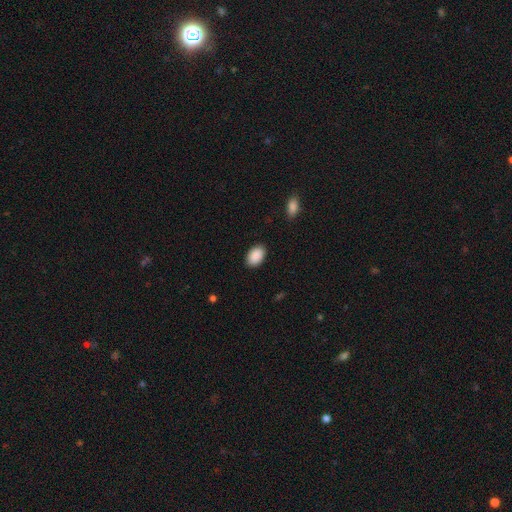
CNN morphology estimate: smooth-or-featured: smooth: 91% | star or artifact: 7% | featured or disk: 3%
  how-rounded: in between: 89% | round: 9% | cigar-shaped: 1%
  merging: none: 89% | minor disturbance: 8% | major disturbance: 2% | merger: 1%